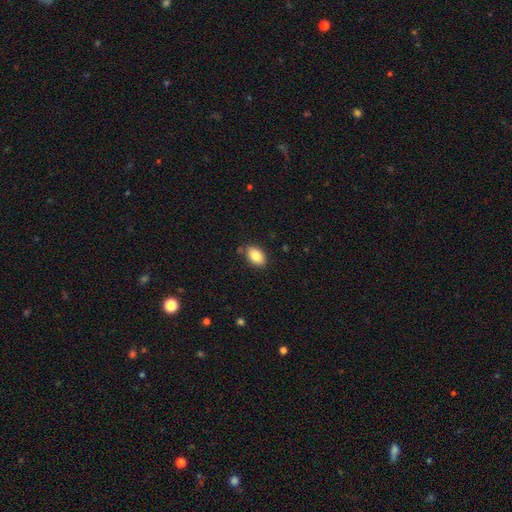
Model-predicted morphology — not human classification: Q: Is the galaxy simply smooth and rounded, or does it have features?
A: smooth — 85%.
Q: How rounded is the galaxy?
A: in between — 89%.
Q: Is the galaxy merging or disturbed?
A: none — 82%.